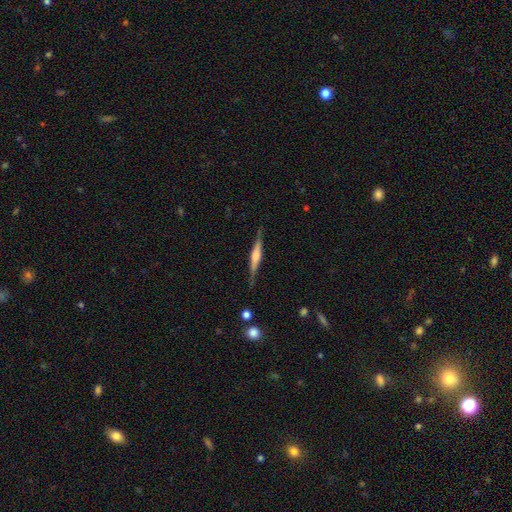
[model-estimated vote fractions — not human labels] Smooth or featured: featured or disk — 62% (smooth — 32%)
Edge-on disk: yes — 97% (no — 3%)
Edge-on bulge: rounded — 53% (boxy — 33%)
Merging: none — 82% (minor disturbance — 13%)